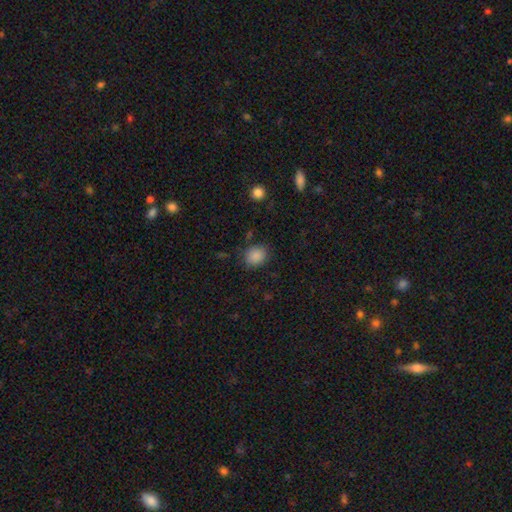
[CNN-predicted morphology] Q: Smooth or featured?
A: smooth (86%); runner-up: star or artifact (10%)
Q: How rounded?
A: round (60%); runner-up: in between (39%)
Q: Merging?
A: none (79%); runner-up: minor disturbance (15%)